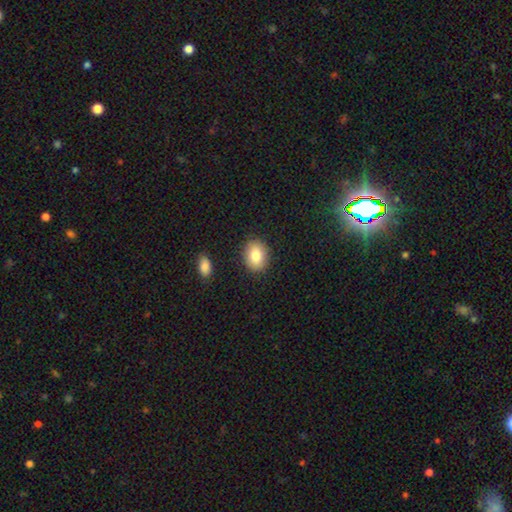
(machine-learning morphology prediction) Q: Smooth or featured?
A: smooth (83%); runner-up: featured or disk (10%)
Q: How rounded?
A: in between (67%); runner-up: round (31%)
Q: Merging?
A: none (87%); runner-up: minor disturbance (9%)